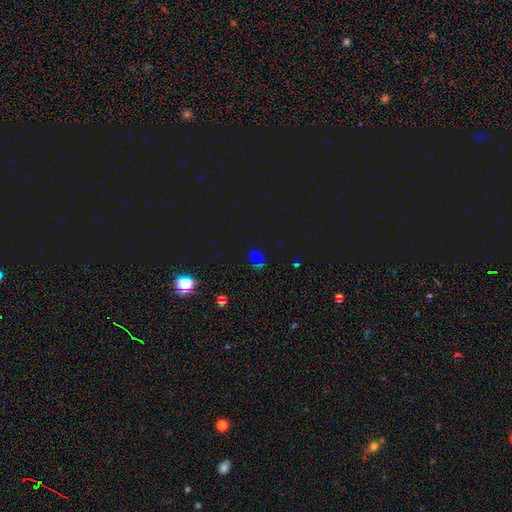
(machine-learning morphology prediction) type=star or artifact (49%).